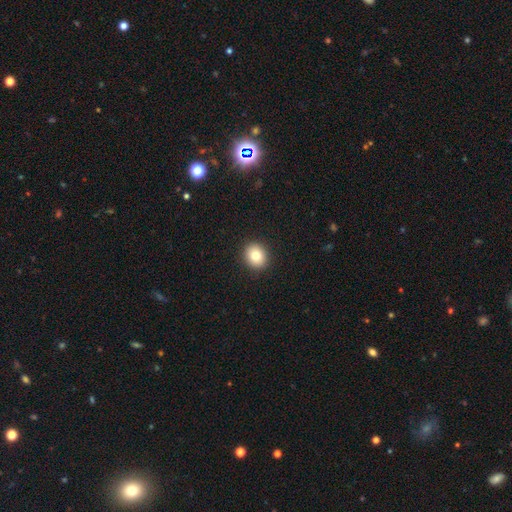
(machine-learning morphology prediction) Smooth or featured?
  - smooth: 80% *
  - featured or disk: 10%
  - star or artifact: 10%
How rounded?
  - round: 76% *
  - in between: 23%
  - cigar-shaped: 1%
Merging?
  - none: 92% *
  - minor disturbance: 6%
  - major disturbance: 2%
  - merger: 1%